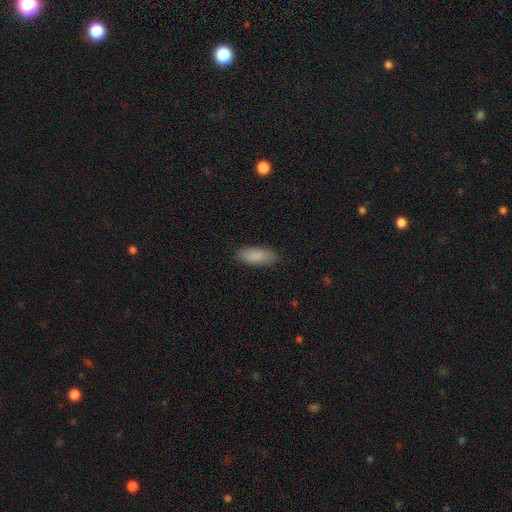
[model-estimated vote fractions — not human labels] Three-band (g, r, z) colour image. It shows a smooth galaxy with no disk features (88%) that is in between round and cigar-shaped (75%). Merging: none (86%).